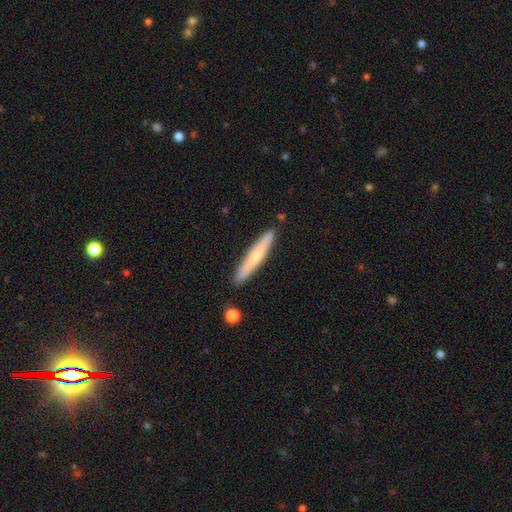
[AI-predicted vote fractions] Overall: smooth (51%; featured or disk 44%). How rounded: cigar-shaped (94%). Merging: none (88%).